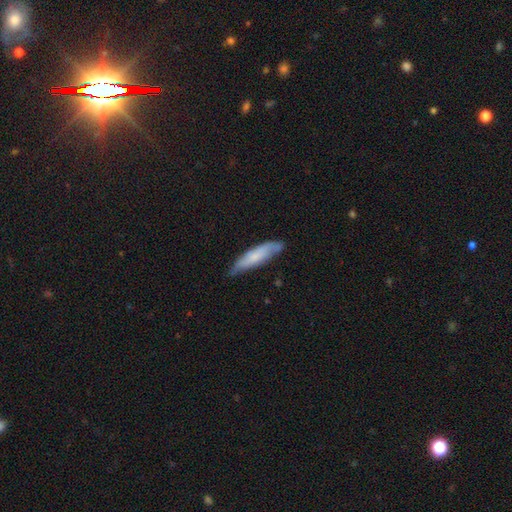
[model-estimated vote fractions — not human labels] Smooth or featured? smooth (63%)
How rounded? cigar-shaped (73%)
Merging? none (69%)